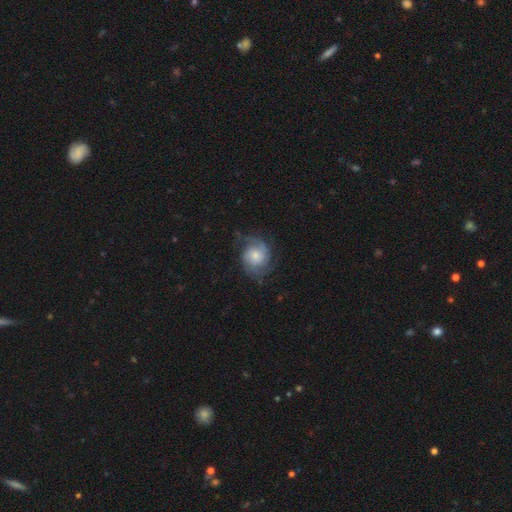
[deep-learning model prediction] This is likely a featured or disk galaxy (75%). It is clearly not viewed edge-on (98%). Bar: likely no (72%). Spiral arm pattern: clearly yes (94%). Spiral arm count: possibly 2 (51%). Spiral winding: marginally medium (44%). Central bulge: possibly moderate (45%). Merging: likely none (68%).